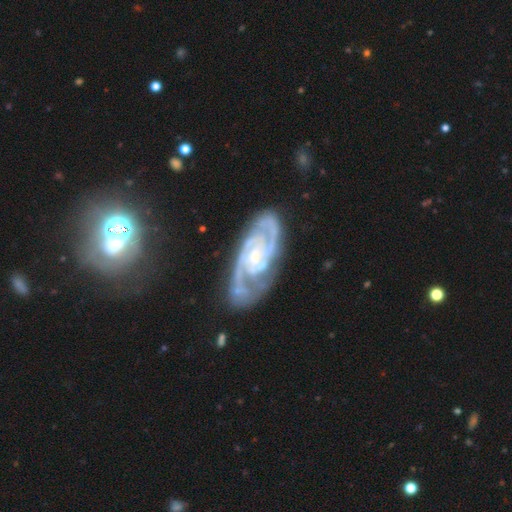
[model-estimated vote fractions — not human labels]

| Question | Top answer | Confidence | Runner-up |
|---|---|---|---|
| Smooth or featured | featured or disk | 91% | star or artifact (5%) |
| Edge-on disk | no | 96% | yes (4%) |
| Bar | no | 48% | weak (38%) |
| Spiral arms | yes | 98% | no (2%) |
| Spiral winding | tight | 60% | medium (35%) |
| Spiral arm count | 2 | 68% | 3 (17%) |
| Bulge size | small | 63% | moderate (26%) |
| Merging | none | 74% | minor disturbance (18%) |